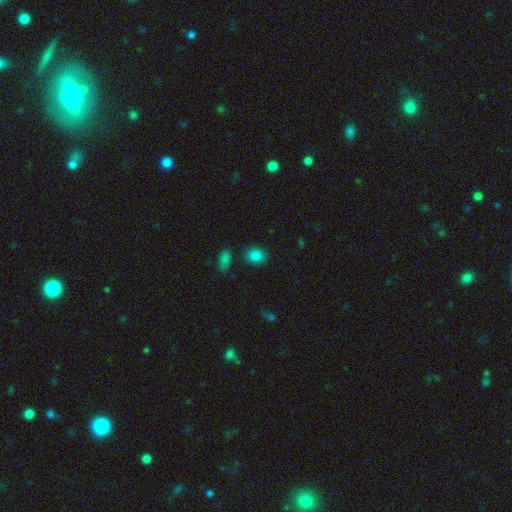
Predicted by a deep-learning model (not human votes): Smooth or featured? Predicted: smooth (p=0.85). How rounded? Predicted: in between (p=0.54). Merging? Predicted: none (p=0.83).